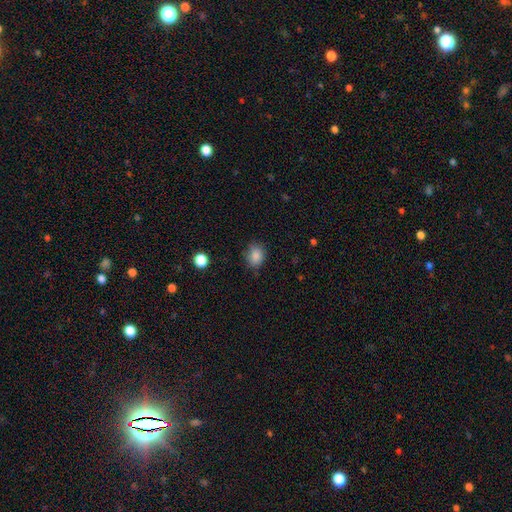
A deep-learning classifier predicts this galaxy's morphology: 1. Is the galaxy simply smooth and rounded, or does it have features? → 86% smooth, 10% star or artifact, 5% featured or disk.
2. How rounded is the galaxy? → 54% round, 45% in between, 1% cigar-shaped.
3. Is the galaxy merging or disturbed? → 76% none, 19% minor disturbance, 4% major disturbance, 1% merger.